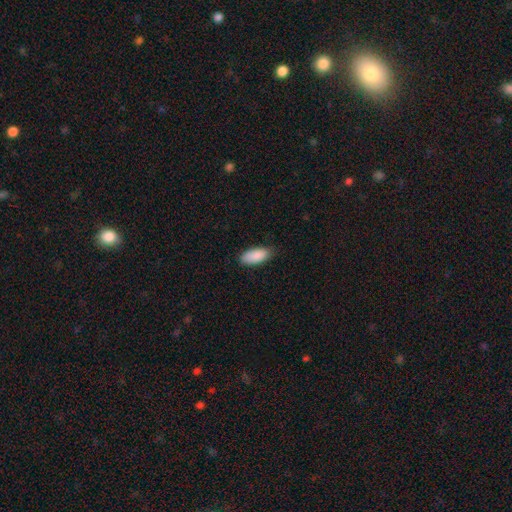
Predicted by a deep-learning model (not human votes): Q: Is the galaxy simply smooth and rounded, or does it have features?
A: smooth — 89%.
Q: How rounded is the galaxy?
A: in between — 87%.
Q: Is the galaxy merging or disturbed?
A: none — 79%.